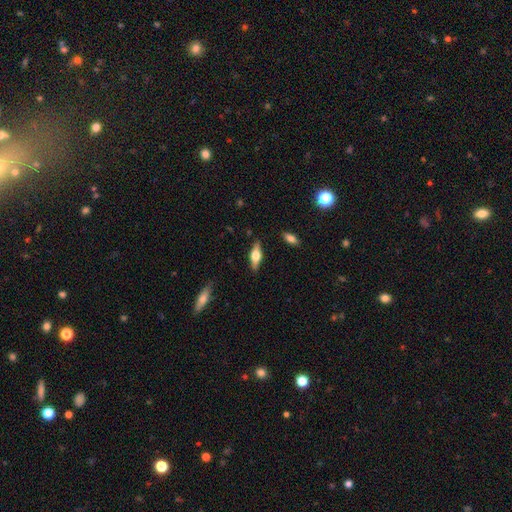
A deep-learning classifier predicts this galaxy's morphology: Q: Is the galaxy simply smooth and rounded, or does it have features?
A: featured or disk — 53%.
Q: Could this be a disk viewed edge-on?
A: yes — 92%.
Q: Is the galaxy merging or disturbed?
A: none — 86%.